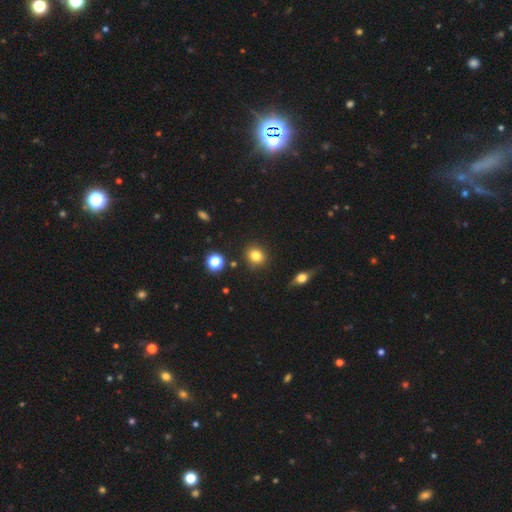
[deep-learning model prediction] Overall: smooth (81%). How rounded: round (77%). Merging: none (87%).